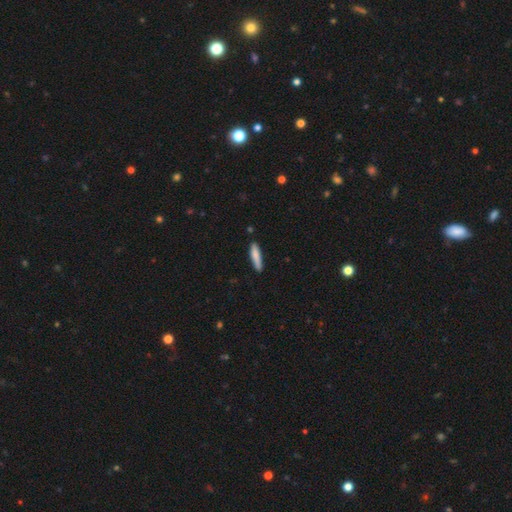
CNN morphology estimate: smooth-or-featured: smooth: 83% | featured or disk: 11% | star or artifact: 6%
  how-rounded: cigar-shaped: 83% | in between: 16% | round: 1%
  merging: none: 81% | minor disturbance: 15% | major disturbance: 2% | merger: 2%